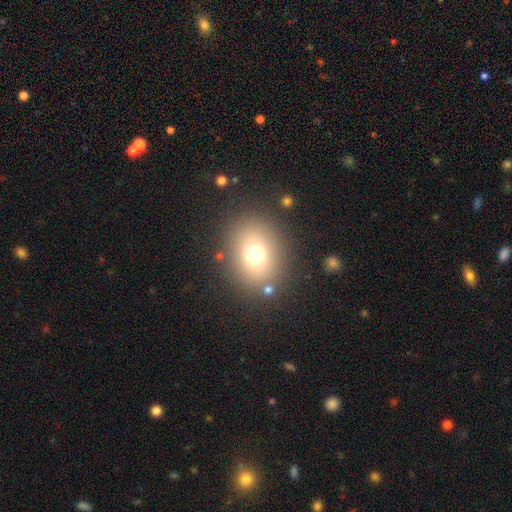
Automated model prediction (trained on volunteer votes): smooth_or_featured: smooth (p=0.71) [alt: star or artifact p=0.16]
how_rounded: round (p=0.57) [alt: in between p=0.42]
merging: none (p=0.83) [alt: minor disturbance p=0.09]